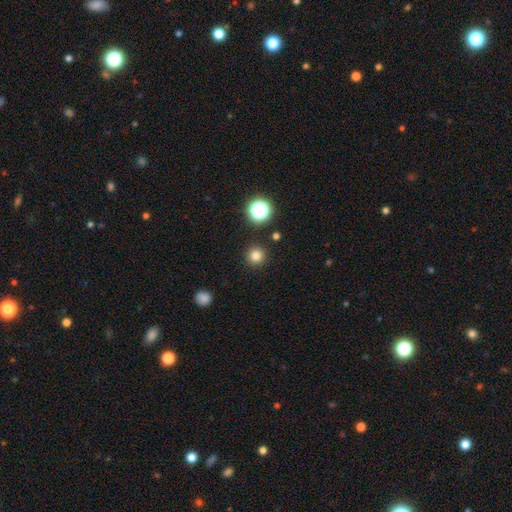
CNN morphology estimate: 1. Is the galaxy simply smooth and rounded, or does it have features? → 79% smooth, 16% star or artifact, 5% featured or disk.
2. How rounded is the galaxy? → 96% round, 3% in between, 1% cigar-shaped.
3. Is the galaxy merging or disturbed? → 91% none, 5% minor disturbance, 2% major disturbance, 2% merger.